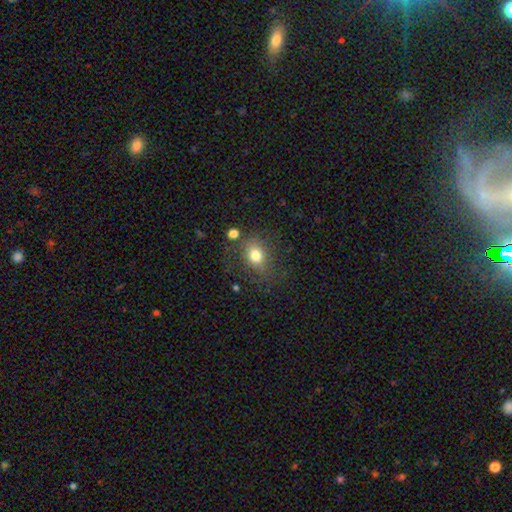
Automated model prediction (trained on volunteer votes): Overall: smooth (76%). How rounded: round (50%; in between 49%). Merging: none (68%).